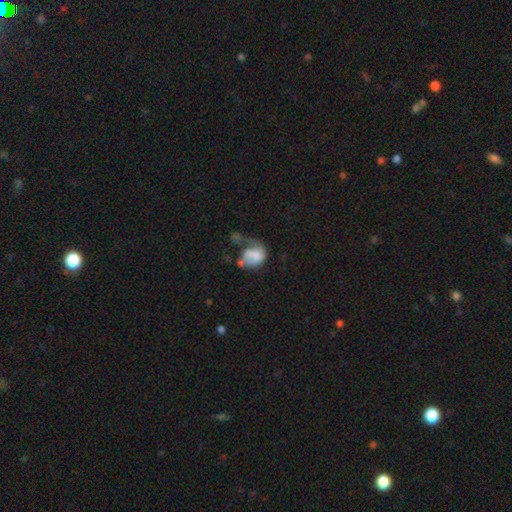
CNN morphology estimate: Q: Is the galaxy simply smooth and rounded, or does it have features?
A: smooth — 57%.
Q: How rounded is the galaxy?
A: in between — 59%.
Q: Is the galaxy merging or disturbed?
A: major disturbance — 46%.